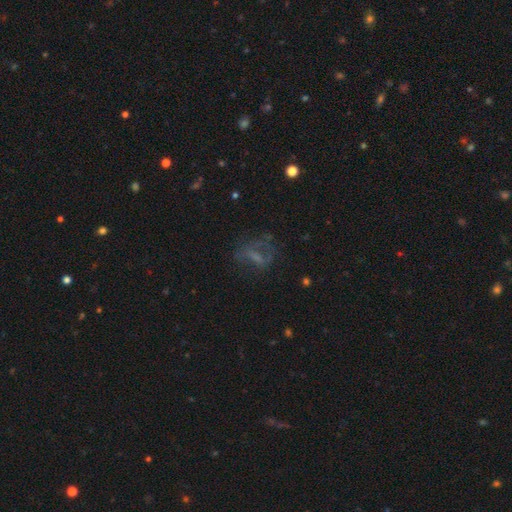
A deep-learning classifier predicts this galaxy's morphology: The model was most divided on "smooth or featured": featured or disk: 41%, smooth: 34%, star or artifact: 25%. Remaining: merging — none (48%).